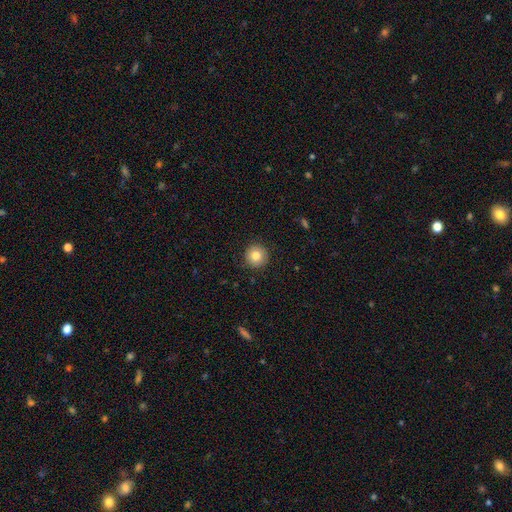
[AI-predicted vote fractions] Smooth or featured? Predicted: smooth (p=0.82). How rounded? Predicted: round (p=0.96). Merging? Predicted: none (p=0.91).